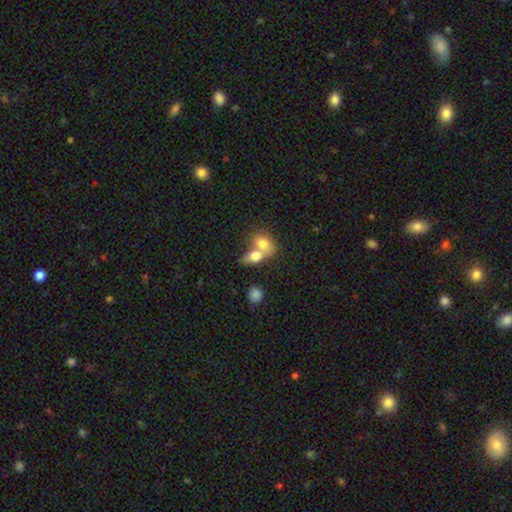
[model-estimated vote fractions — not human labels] Smooth or featured: smooth — 76% (featured or disk — 16%)
How rounded: in between — 71% (round — 27%)
Merging: merger — 71% (none — 19%)